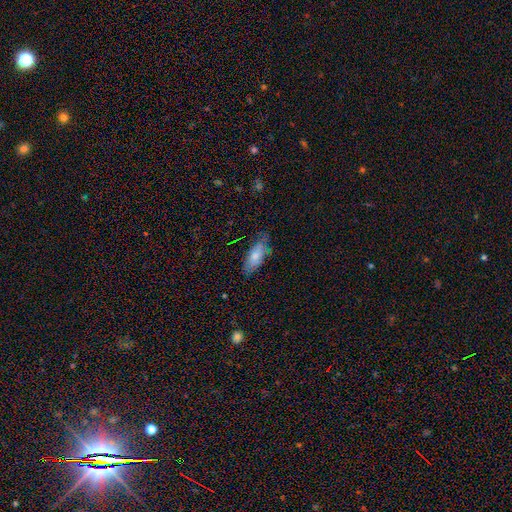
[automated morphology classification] A smooth galaxy with no disk features (76%) that is in between round and cigar-shaped (78%).

Vote fractions:
- Smooth or featured? smooth: 76% / featured or disk: 17% / star or artifact: 7%
- How rounded? in between: 78% / cigar-shaped: 20% / round: 2%
- Merging? none: 69% / minor disturbance: 24% / major disturbance: 5% / merger: 2%